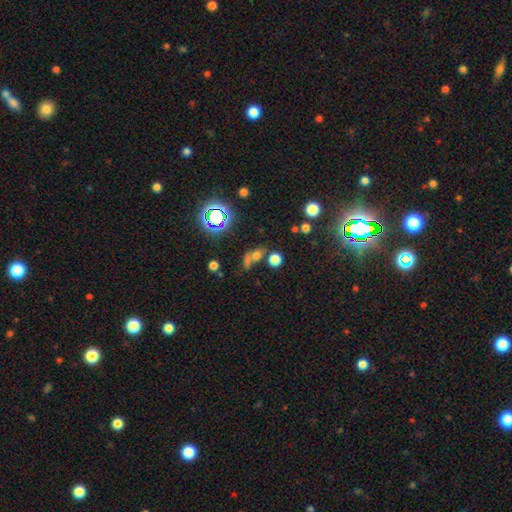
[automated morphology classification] smooth_or_featured: smooth (p=0.52) [alt: star or artifact p=0.34]
how_rounded: round (p=0.57) [alt: in between p=0.37]
merging: none (p=0.45) [alt: merger p=0.34]